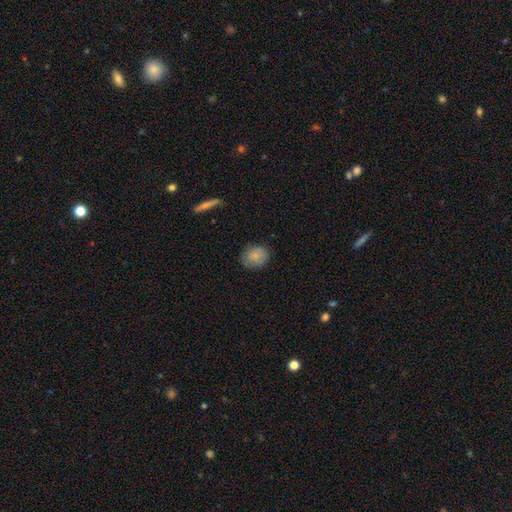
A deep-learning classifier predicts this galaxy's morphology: Smooth or featured: smooth — 79% (featured or disk — 13%)
How rounded: round — 67% (in between — 32%)
Merging: none — 78% (minor disturbance — 17%)